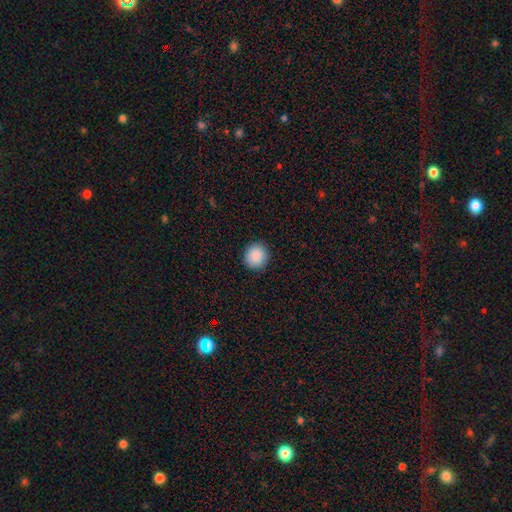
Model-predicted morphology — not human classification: Smooth or featured?
  - smooth: 89% *
  - star or artifact: 8%
  - featured or disk: 3%
How rounded?
  - round: 91% *
  - in between: 8%
  - cigar-shaped: 1%
Merging?
  - none: 91% *
  - minor disturbance: 6%
  - major disturbance: 2%
  - merger: 1%